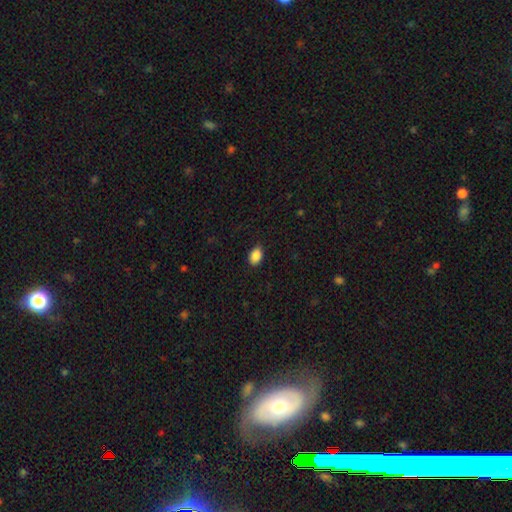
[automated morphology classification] This appears to be a smooth galaxy with no disk features (88%) that is in between round and cigar-shaped (83%). Merging: none (85%).